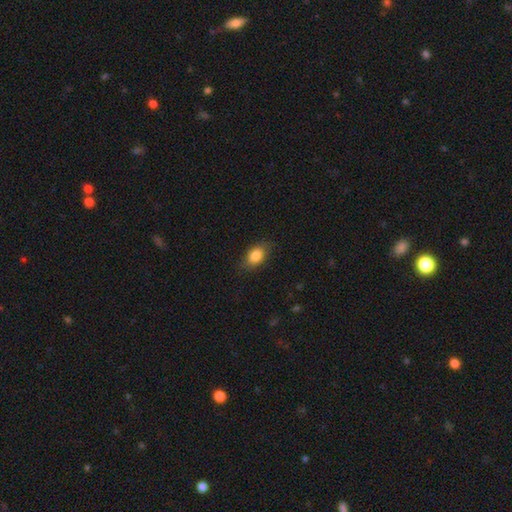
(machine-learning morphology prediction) A smooth galaxy with no disk features (84%) that is in between round and cigar-shaped (84%).

Vote fractions:
- Smooth or featured? smooth: 84% / featured or disk: 8% / star or artifact: 8%
- How rounded? in between: 84% / round: 13% / cigar-shaped: 3%
- Merging? none: 81% / minor disturbance: 14% / major disturbance: 4% / merger: 1%